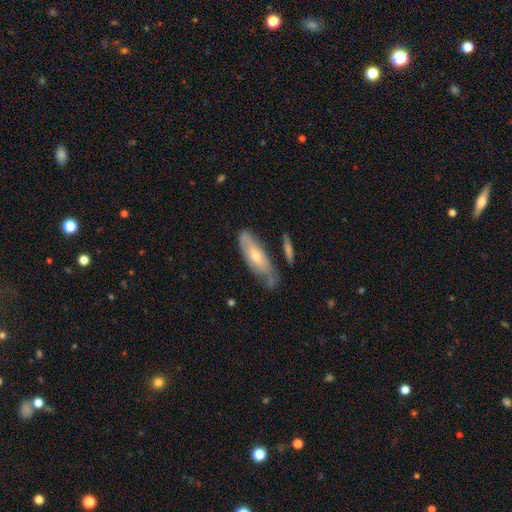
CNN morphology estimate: type=smooth (51%); roundness=in between (58%); merging=none (51%).